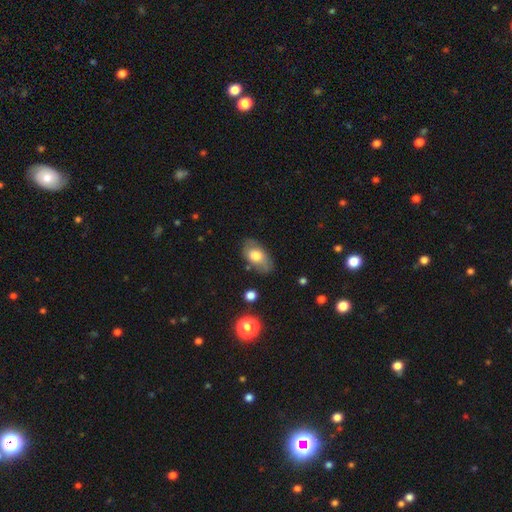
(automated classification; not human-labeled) A smooth galaxy with no disk features (70%) that is in between round and cigar-shaped (91%). Merging: none (70%).